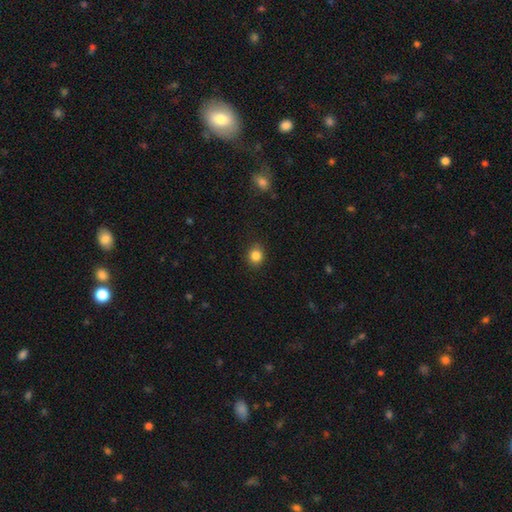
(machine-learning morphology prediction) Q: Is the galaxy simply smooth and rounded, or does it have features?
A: smooth — 85%.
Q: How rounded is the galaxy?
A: round — 72%.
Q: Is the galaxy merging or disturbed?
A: none — 88%.